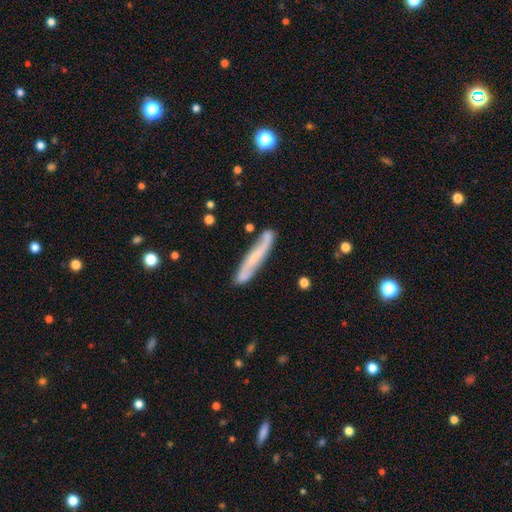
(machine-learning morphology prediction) The model was most divided on "edge-on disk": no: 52%, yes: 48%. More confident: merging — none (77%); smooth or featured — featured or disk (59%).